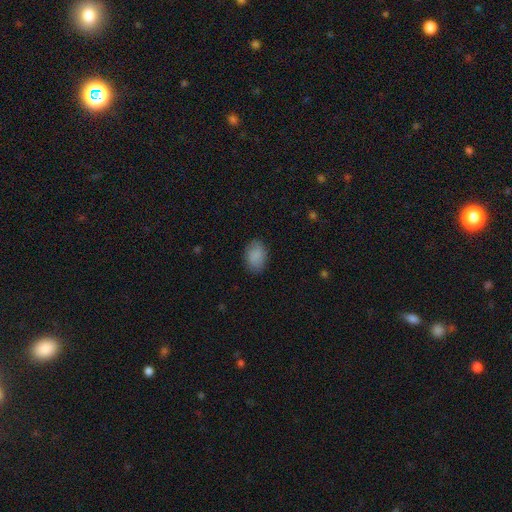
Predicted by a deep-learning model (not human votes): This is clearly a smooth galaxy (87%). How rounded: clearly in between (80%). Merging: clearly none (83%).